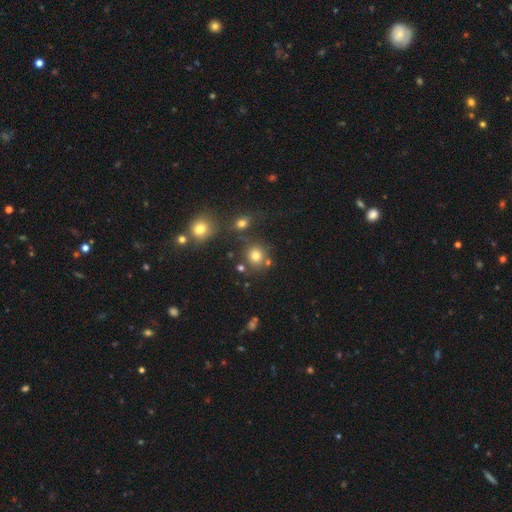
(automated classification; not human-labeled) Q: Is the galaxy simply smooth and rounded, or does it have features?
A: smooth — 75%.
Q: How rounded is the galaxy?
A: round — 87%.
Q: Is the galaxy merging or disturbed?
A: none — 74%.